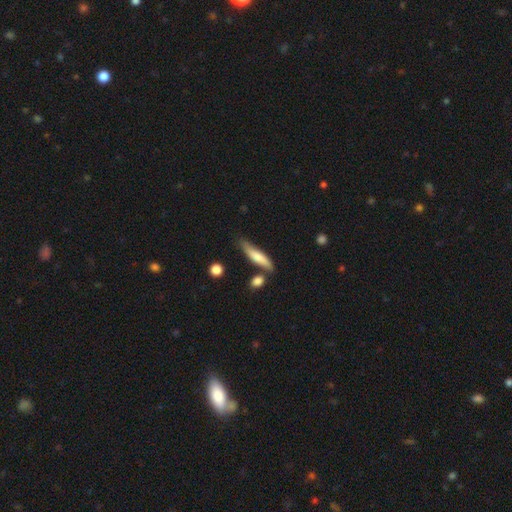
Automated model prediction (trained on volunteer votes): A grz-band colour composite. It shows a smooth galaxy with no disk features (64%) that is cigar-shaped (81%). Merging: none (68%).